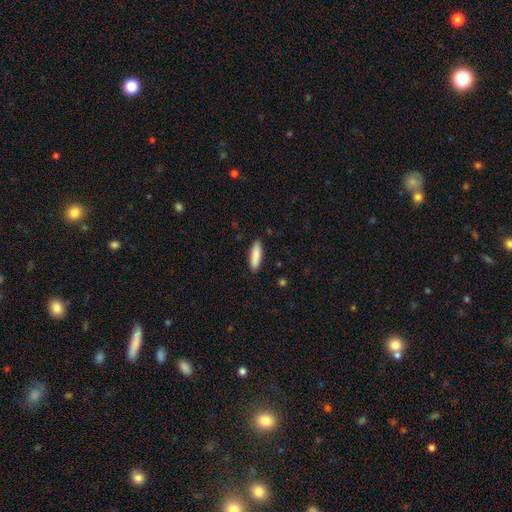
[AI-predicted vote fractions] smooth_or_featured: smooth (p=0.88) [alt: featured or disk p=0.07]
how_rounded: cigar-shaped (p=0.58) [alt: in between p=0.40]
merging: none (p=0.89) [alt: minor disturbance p=0.08]